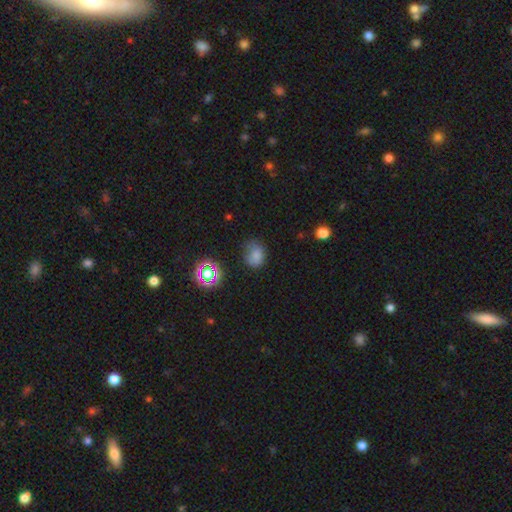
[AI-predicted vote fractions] Morphology: type=smooth (74%); roundness=round (59%); merging=none (57%).